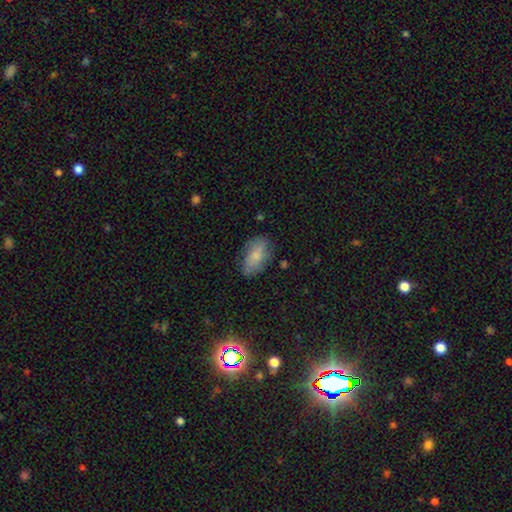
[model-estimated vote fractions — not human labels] Q: Smooth or featured?
A: smooth (75%); runner-up: featured or disk (17%)
Q: How rounded?
A: in between (90%); runner-up: cigar-shaped (6%)
Q: Merging?
A: none (73%); runner-up: minor disturbance (20%)